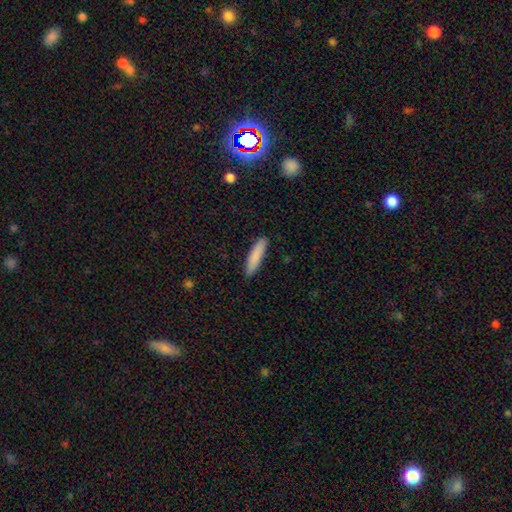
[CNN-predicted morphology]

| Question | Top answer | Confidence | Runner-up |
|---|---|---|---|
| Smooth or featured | smooth | 86% | featured or disk (8%) |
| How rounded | cigar-shaped | 82% | in between (17%) |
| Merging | none | 90% | minor disturbance (8%) |